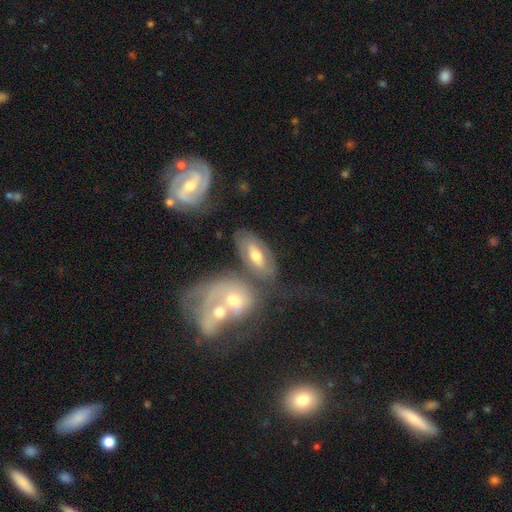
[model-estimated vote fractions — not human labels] Morphology: type=featured or disk (47%); merging=none (54%).